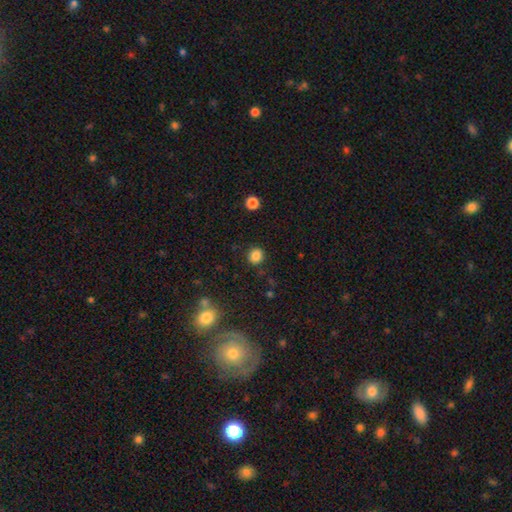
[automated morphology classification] A smooth galaxy with no disk features (84%) that is round (85%).

Vote fractions:
- Smooth or featured? smooth: 84% / star or artifact: 12% / featured or disk: 5%
- How rounded? round: 85% / in between: 14% / cigar-shaped: 1%
- Merging? none: 89% / minor disturbance: 7% / major disturbance: 2% / merger: 2%